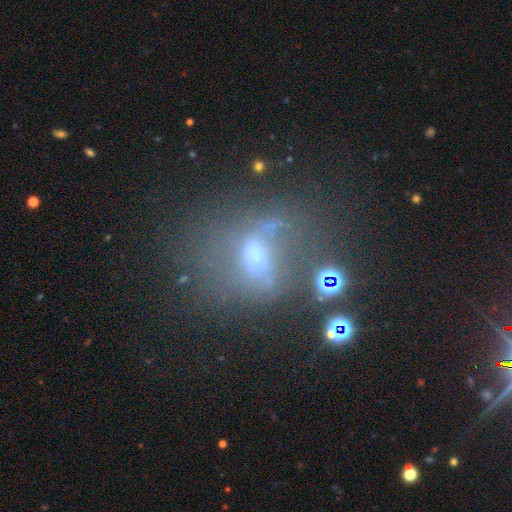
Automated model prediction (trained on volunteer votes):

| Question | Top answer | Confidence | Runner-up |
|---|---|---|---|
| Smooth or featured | featured or disk | 39% | smooth (36%) |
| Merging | none | 42% | major disturbance (29%) |